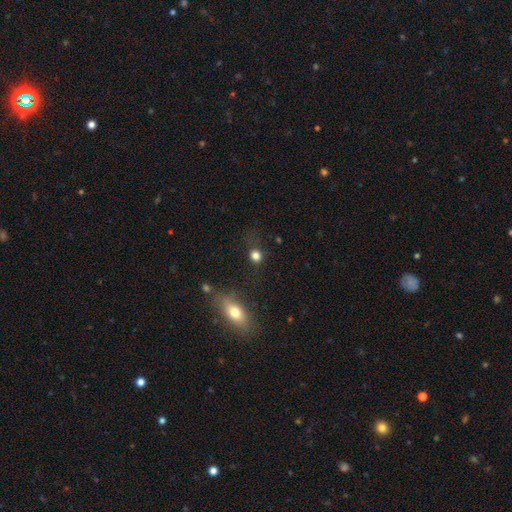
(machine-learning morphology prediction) type=smooth (79%); roundness=round (78%); merging=none (72%).